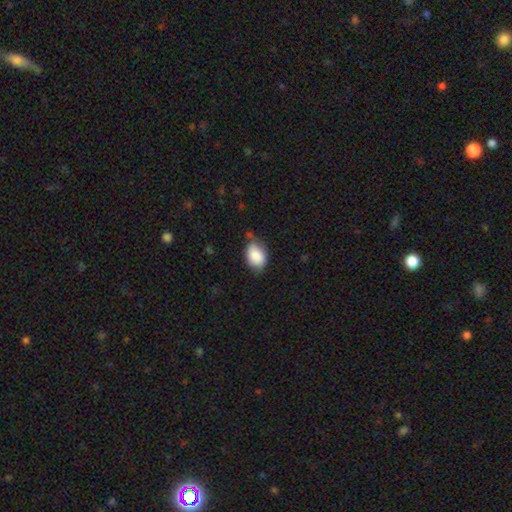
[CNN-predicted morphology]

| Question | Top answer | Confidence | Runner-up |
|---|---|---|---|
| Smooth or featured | smooth | 86% | star or artifact (7%) |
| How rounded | in between | 81% | round (17%) |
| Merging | none | 58% | minor disturbance (33%) |